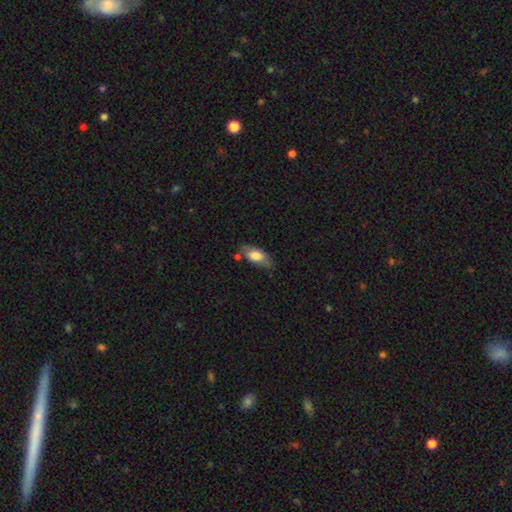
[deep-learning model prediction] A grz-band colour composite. It shows a smooth galaxy with no disk features (71%) that is in between round and cigar-shaped (85%). Merging: none (63%).